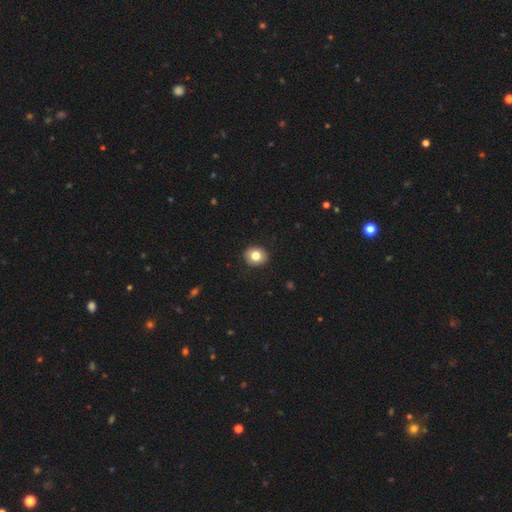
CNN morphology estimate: smooth-or-featured: smooth: 82% | featured or disk: 9% | star or artifact: 9%
  how-rounded: round: 64% | in between: 35% | cigar-shaped: 1%
  merging: none: 91% | minor disturbance: 7% | major disturbance: 2% | merger: 1%